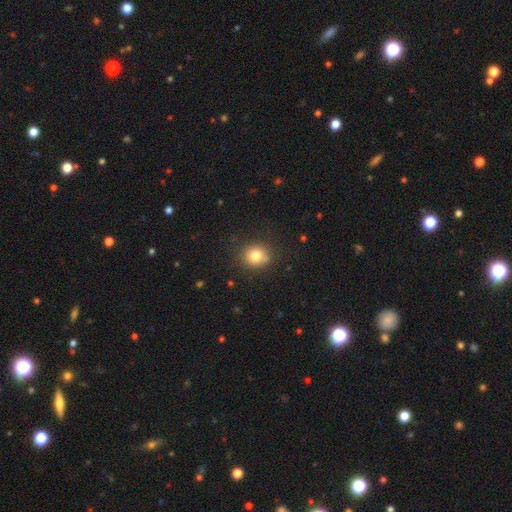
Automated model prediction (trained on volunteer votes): smooth 79%, star or artifact 12%, featured or disk 9%. Down the decision tree: how rounded — round (82%); merging — none (81%).